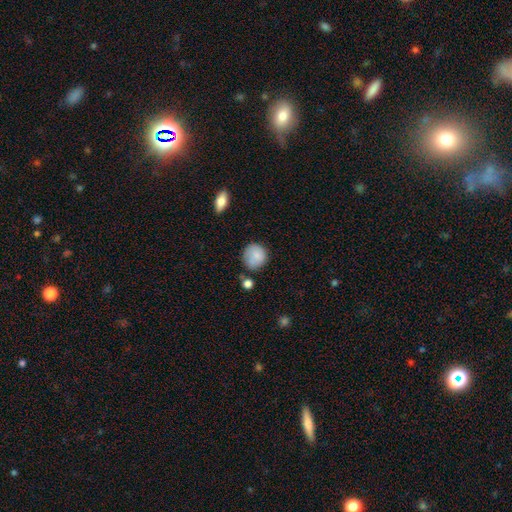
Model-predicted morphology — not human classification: This is clearly a smooth galaxy (84%). How rounded: clearly round (85%). Merging: likely none (69%).